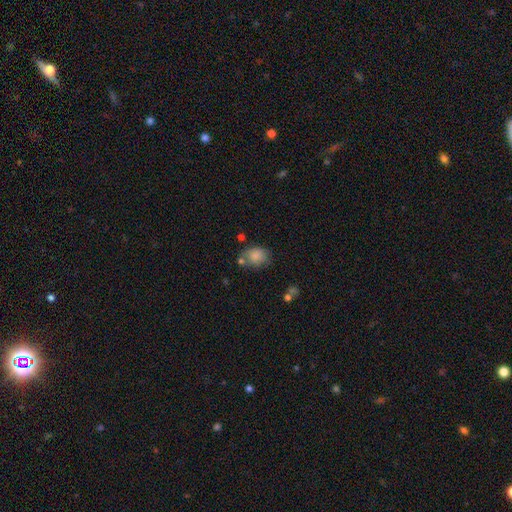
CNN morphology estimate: Q: Smooth or featured?
A: smooth (82%); runner-up: featured or disk (9%)
Q: How rounded?
A: in between (59%); runner-up: round (40%)
Q: Merging?
A: none (58%); runner-up: minor disturbance (22%)